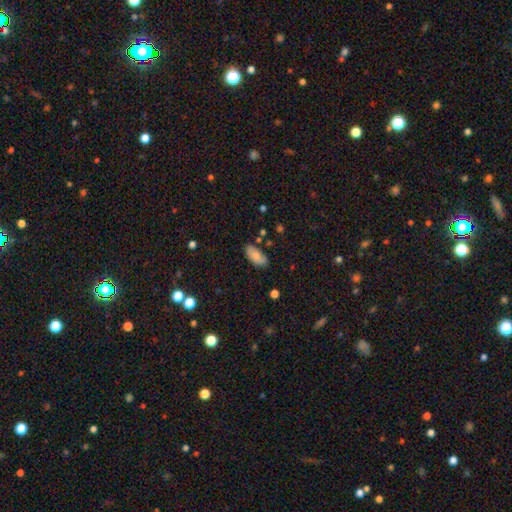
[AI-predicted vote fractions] Smooth or featured: smooth — 81% (featured or disk — 11%)
How rounded: in between — 91% (cigar-shaped — 7%)
Merging: none — 76% (minor disturbance — 18%)